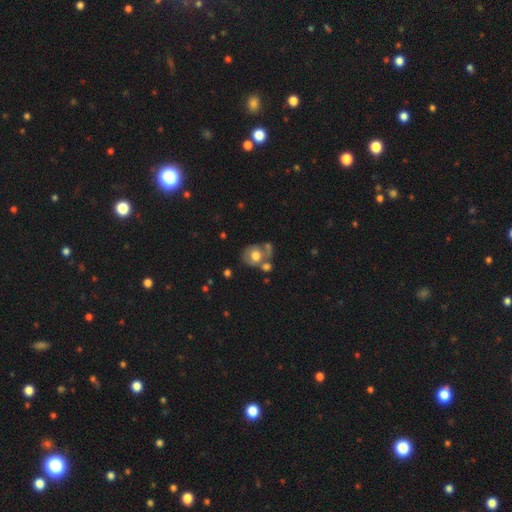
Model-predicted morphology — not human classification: A smooth galaxy with no disk features (56%) that is round (61%).

Vote fractions:
- Smooth or featured? smooth: 56% / featured or disk: 35% / star or artifact: 9%
- How rounded? round: 61% / in between: 38% / cigar-shaped: 1%
- Merging? none: 43% / merger: 28% / minor disturbance: 18% / major disturbance: 11%